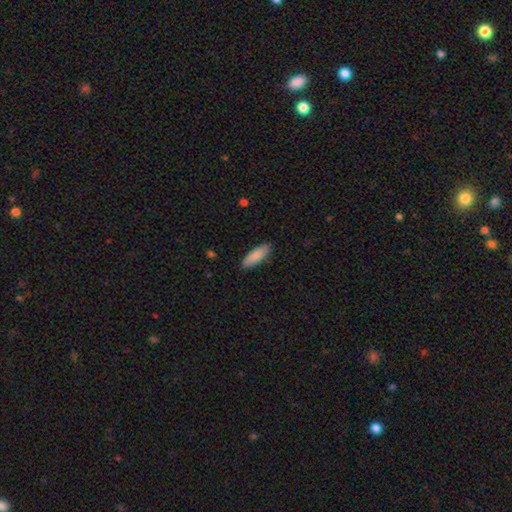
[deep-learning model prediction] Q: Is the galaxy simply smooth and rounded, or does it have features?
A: smooth — 88%.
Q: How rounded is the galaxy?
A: in between — 51%.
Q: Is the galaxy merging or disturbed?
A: none — 88%.